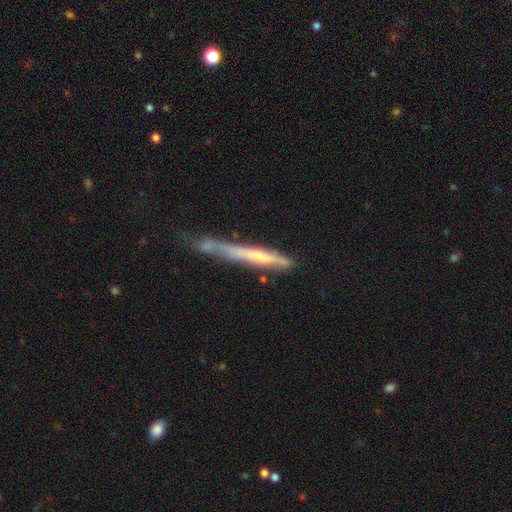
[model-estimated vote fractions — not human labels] Smooth or featured?
  - featured or disk: 54% *
  - smooth: 38%
  - star or artifact: 8%
Edge-on disk?
  - yes: 89% *
  - no: 11%
Merging?
  - none: 48% *
  - minor disturbance: 31%
  - major disturbance: 12%
  - merger: 10%